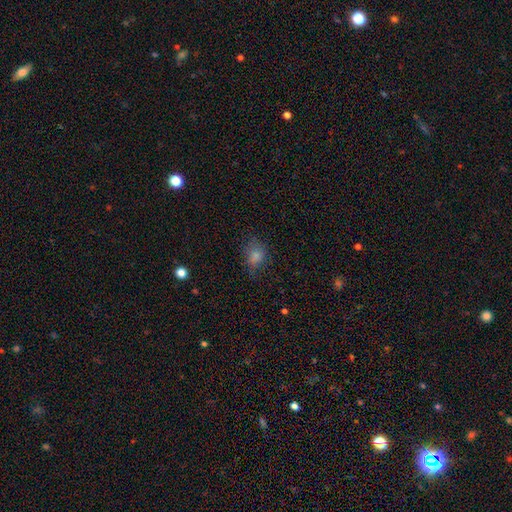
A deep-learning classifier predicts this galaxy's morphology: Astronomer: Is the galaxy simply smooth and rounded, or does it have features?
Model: smooth — 78%.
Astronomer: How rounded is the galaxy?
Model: in between — 52% (runner-up: round, 47%).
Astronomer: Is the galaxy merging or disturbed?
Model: none — 57%.